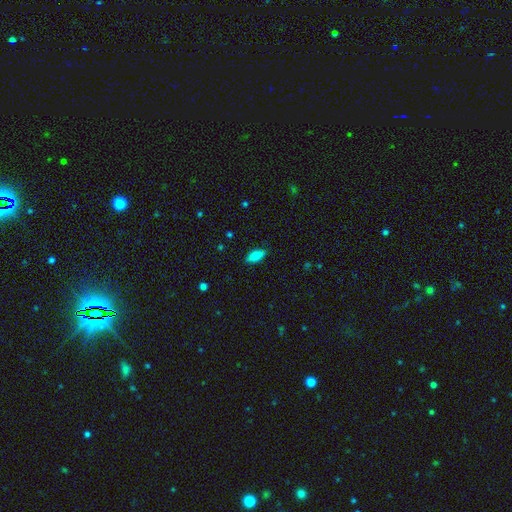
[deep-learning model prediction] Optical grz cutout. It shows a smooth galaxy with no disk features (83%) that is in between round and cigar-shaped (82%). Merging: none (87%).